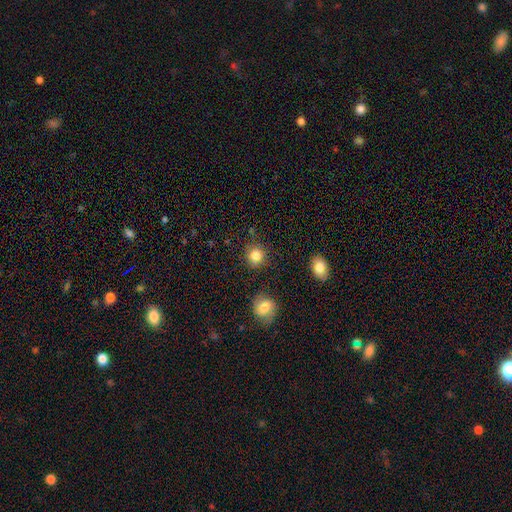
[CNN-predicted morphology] Overall: smooth (85%). How rounded: round (90%). Merging: none (85%).